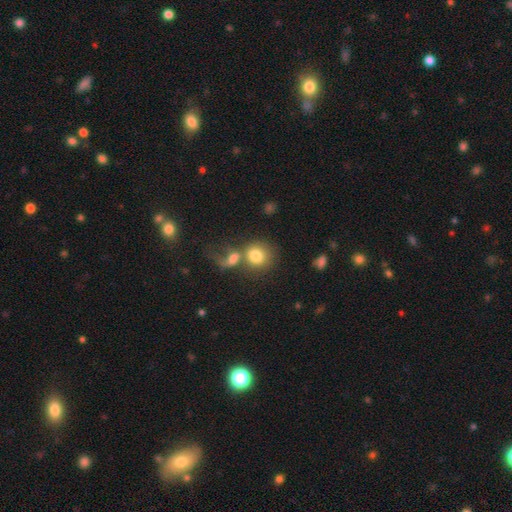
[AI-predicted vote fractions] Smooth or featured?
  - smooth: 78% *
  - featured or disk: 13%
  - star or artifact: 9%
How rounded?
  - round: 77% *
  - in between: 22%
  - cigar-shaped: 1%
Merging?
  - merger: 49% *
  - none: 31%
  - major disturbance: 10%
  - minor disturbance: 9%